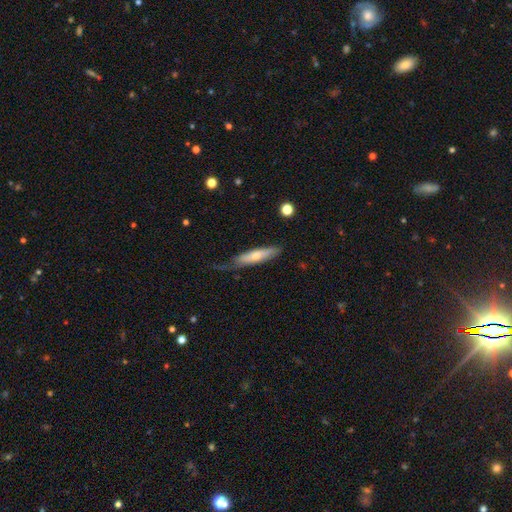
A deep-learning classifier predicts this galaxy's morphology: type=smooth (58%); roundness=cigar-shaped (76%); merging=none (49%).